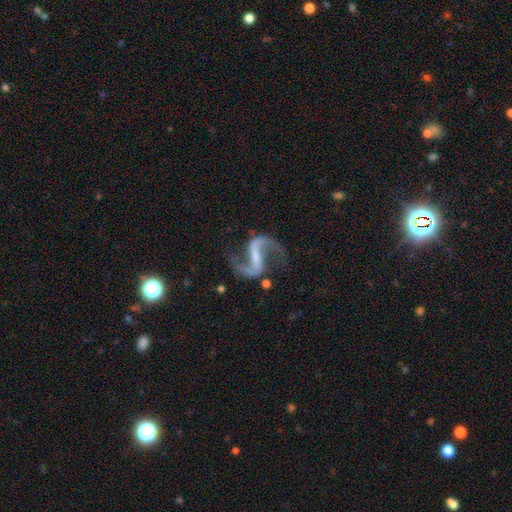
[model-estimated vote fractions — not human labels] A featured or disk galaxy (93%) with a strong bar (53%), 2 (94%) loose (68%) spiral arms (98%) and a small central bulge (47%). Merging: none (76%).